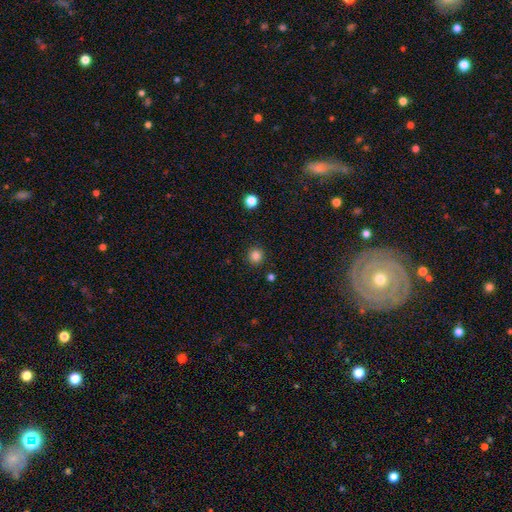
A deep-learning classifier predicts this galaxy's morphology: A smooth galaxy with no disk features (84%) that is round (94%). Merging: none (91%).